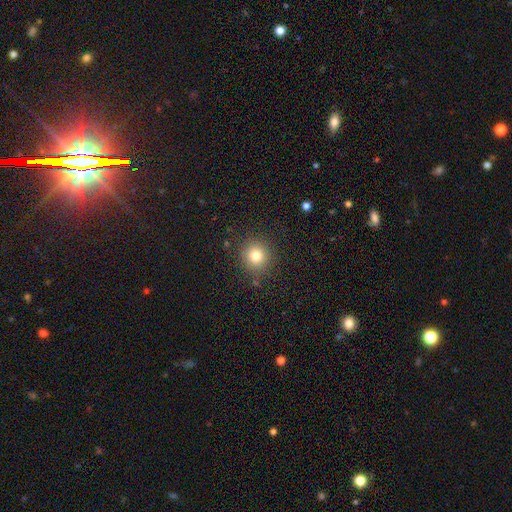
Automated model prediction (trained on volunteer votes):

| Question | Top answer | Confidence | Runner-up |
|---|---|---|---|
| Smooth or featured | smooth | 78% | star or artifact (14%) |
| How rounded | round | 92% | in between (7%) |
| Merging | none | 87% | minor disturbance (8%) |